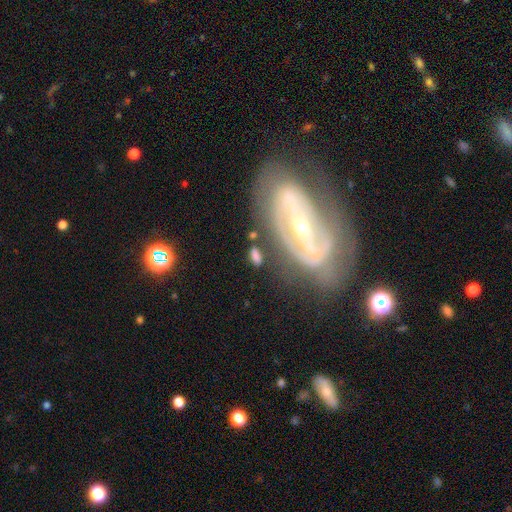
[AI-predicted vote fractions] Smooth or featured? Predicted: smooth (p=0.55). How rounded? Predicted: in between (p=0.80). Merging? Predicted: none (p=0.66).